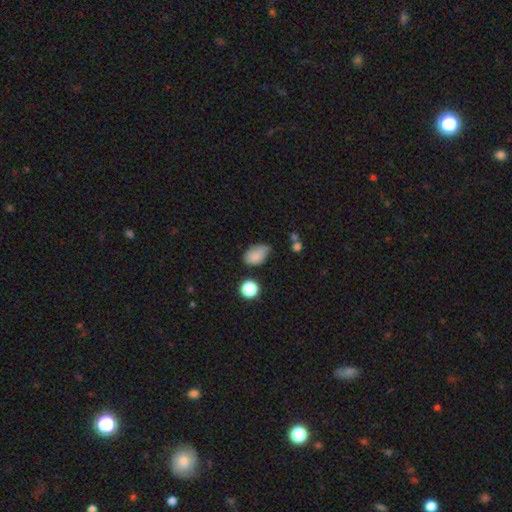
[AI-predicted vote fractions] Overall: smooth (82%). How rounded: in between (85%). Merging: none (52%; minor disturbance 35%).